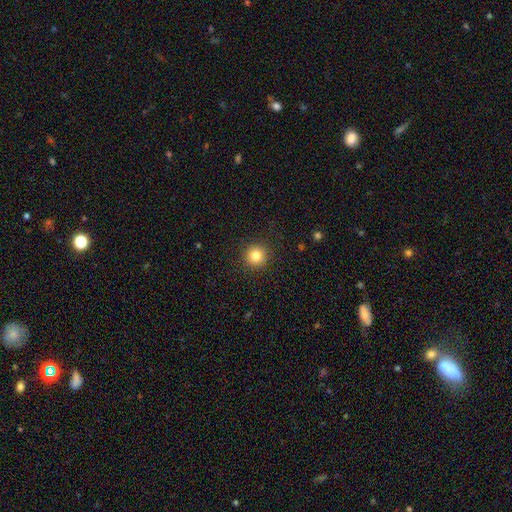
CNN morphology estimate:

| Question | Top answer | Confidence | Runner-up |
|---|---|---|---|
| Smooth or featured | smooth | 82% | star or artifact (12%) |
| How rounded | round | 94% | in between (5%) |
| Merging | none | 91% | minor disturbance (6%) |